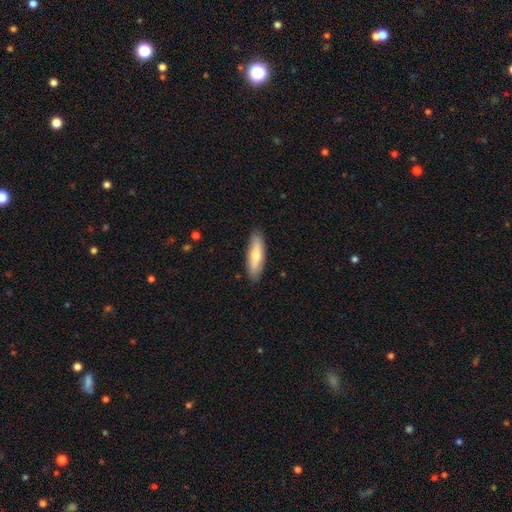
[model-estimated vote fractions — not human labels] This is likely a smooth galaxy (64%). How rounded: possibly cigar-shaped (51%). Merging: clearly none (86%).